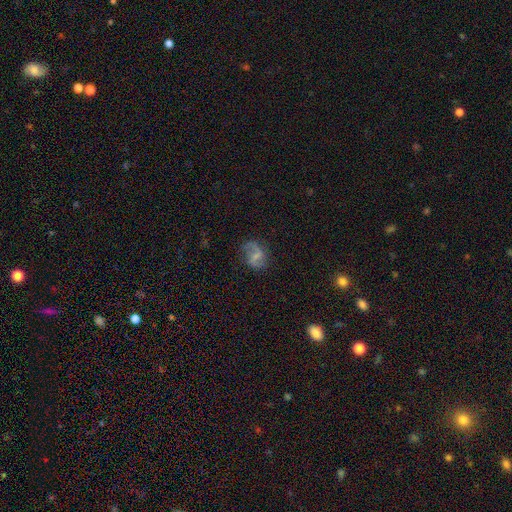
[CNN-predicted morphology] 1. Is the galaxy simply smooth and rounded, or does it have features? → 65% featured or disk, 26% smooth, 9% star or artifact.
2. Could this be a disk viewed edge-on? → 97% no, 3% yes.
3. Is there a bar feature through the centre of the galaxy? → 51% weak, 28% no, 21% strong.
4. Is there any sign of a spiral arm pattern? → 89% yes, 11% no.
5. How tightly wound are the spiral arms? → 57% loose, 34% medium, 9% tight.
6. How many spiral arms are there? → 81% 2, 11% 1, 6% can't tell, 1% 3, 1% 4, 1% more than 4.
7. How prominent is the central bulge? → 48% small, 27% none, 22% moderate, 2% large, 1% dominant.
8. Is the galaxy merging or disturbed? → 68% none, 20% minor disturbance, 11% major disturbance, 2% merger.